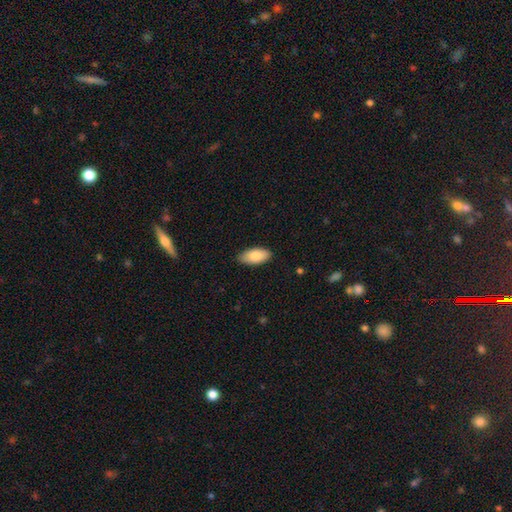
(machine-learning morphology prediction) This appears to be a smooth galaxy with no disk features (85%) that is in between round and cigar-shaped (93%). Merging: none (86%).